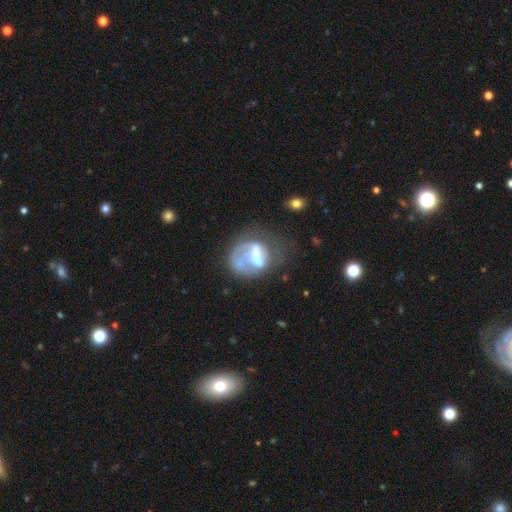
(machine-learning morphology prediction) Overall: featured or disk (61%; smooth 29%). Edge-on disk: no (97%). Bar: no (49%; weak 31%). Spiral arms: no (65%; yes 35%). Bulge size: moderate (34%; none 28%). Merging: major disturbance (34%; none 30%).